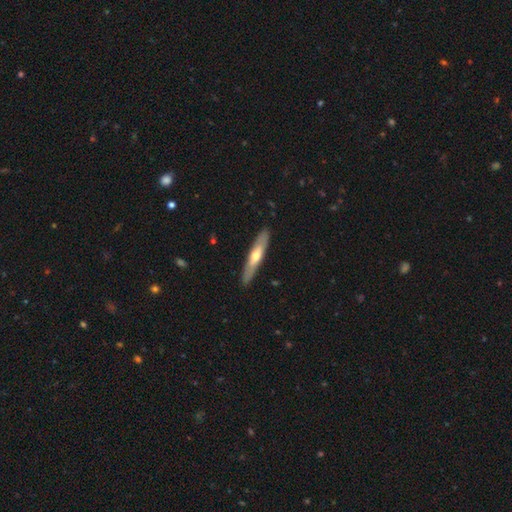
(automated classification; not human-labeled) The model was most divided on "smooth or featured": featured or disk: 49%, smooth: 46%, star or artifact: 5%. More confident: merging — none (89%).